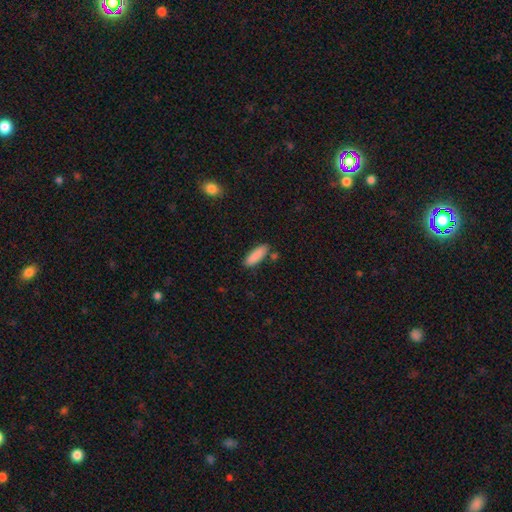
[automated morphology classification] A smooth galaxy with no disk features (88%) that is in between round and cigar-shaped (55%). Merging: none (80%).